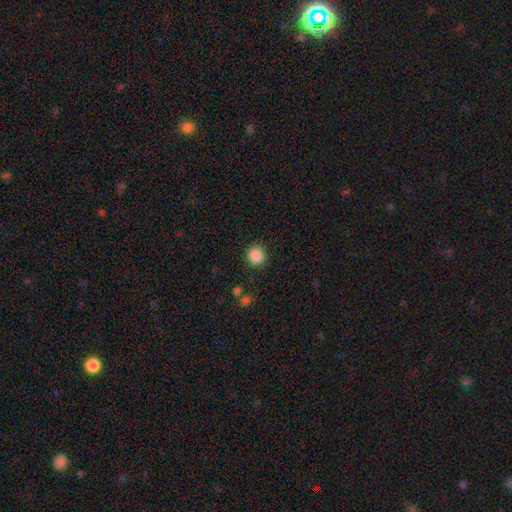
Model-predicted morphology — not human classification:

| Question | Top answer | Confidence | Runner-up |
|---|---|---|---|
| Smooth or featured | smooth | 87% | star or artifact (9%) |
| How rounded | round | 93% | in between (6%) |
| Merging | none | 89% | minor disturbance (7%) |